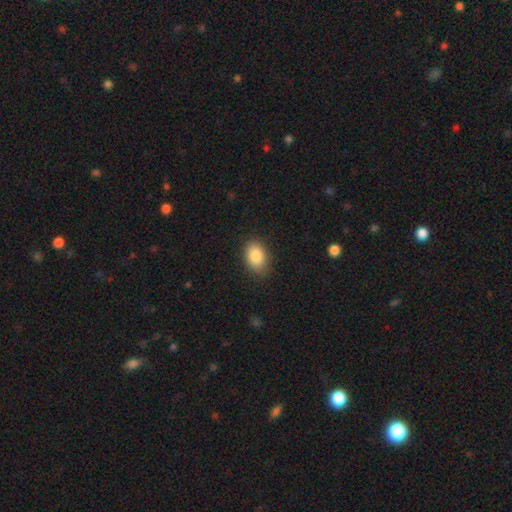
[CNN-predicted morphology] Q: Smooth or featured?
A: smooth (86%); runner-up: star or artifact (8%)
Q: How rounded?
A: in between (82%); runner-up: round (17%)
Q: Merging?
A: none (84%); runner-up: minor disturbance (12%)